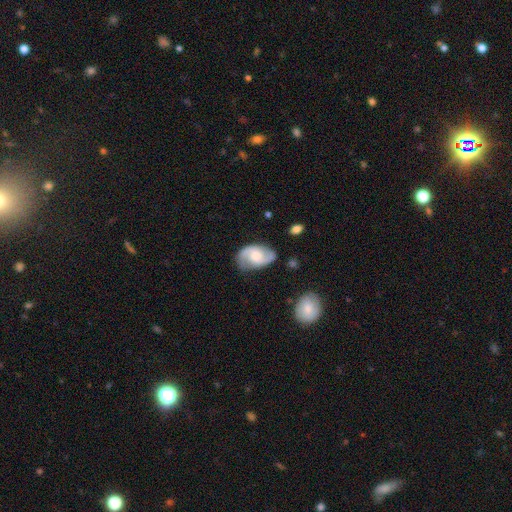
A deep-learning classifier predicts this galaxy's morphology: type=featured or disk (75%); edge-on=no (97%); bar=no (55%); spiral arms=yes (94%); winding=medium (49%); arm count=2 (89%); bulge=moderate (44%); merging=none (73%).